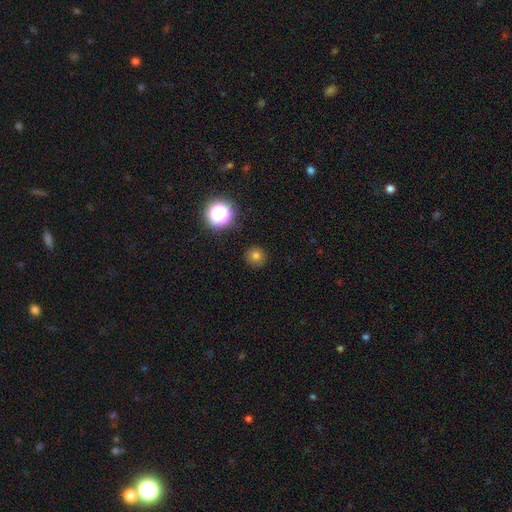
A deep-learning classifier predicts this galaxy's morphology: The model was most divided on "smooth or featured": smooth: 76%, star or artifact: 18%, featured or disk: 6%. More confident: how rounded — round (94%); merging — none (90%).